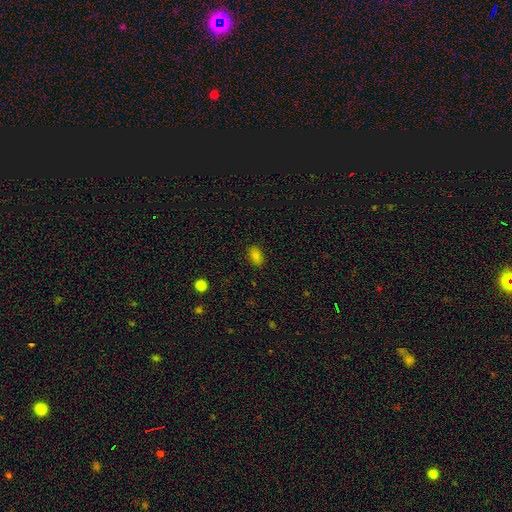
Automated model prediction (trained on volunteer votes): This is clearly a smooth galaxy (82%). How rounded: clearly in between (88%). Merging: clearly none (87%).